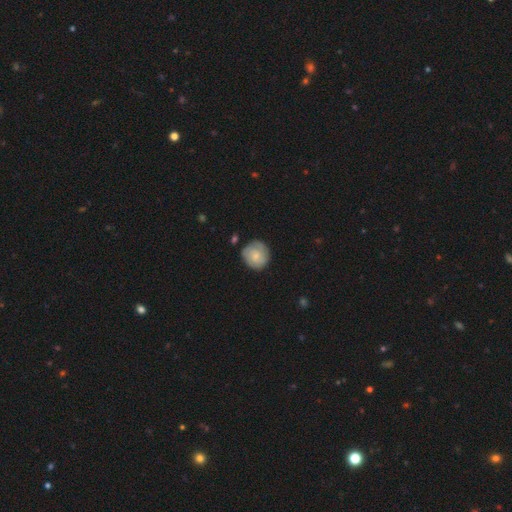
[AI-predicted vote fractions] smooth 67%, featured or disk 27%, star or artifact 6%. Down the decision tree: how rounded — round (89%); merging — none (79%).